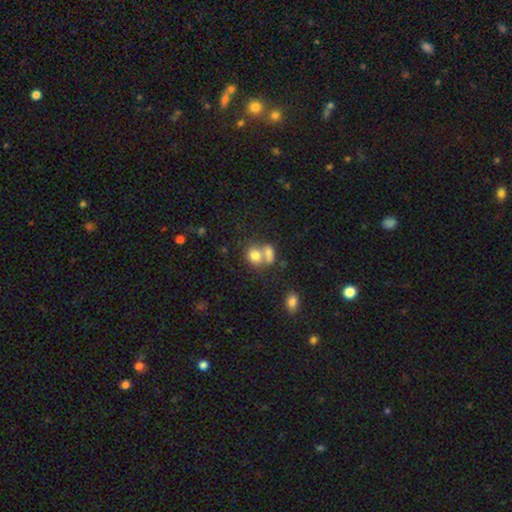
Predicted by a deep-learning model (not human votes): A smooth galaxy with no disk features (77%) that is round (58%).

Vote fractions:
- Smooth or featured? smooth: 77% / featured or disk: 13% / star or artifact: 10%
- How rounded? round: 58% / in between: 40% / cigar-shaped: 1%
- Merging? merger: 57% / none: 31% / minor disturbance: 8% / major disturbance: 4%